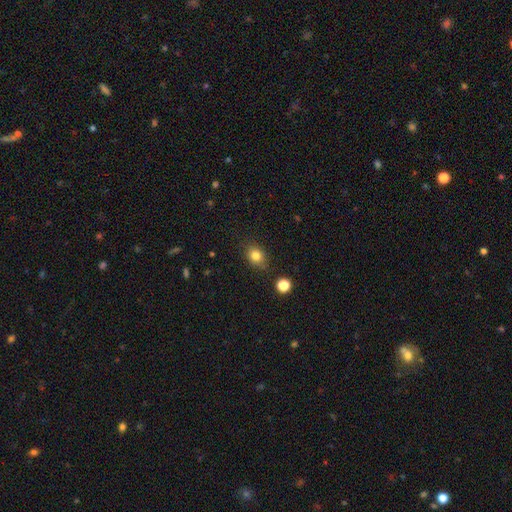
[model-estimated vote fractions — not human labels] Smooth or featured? smooth (81%)
How rounded? round (50%)
Merging? none (83%)